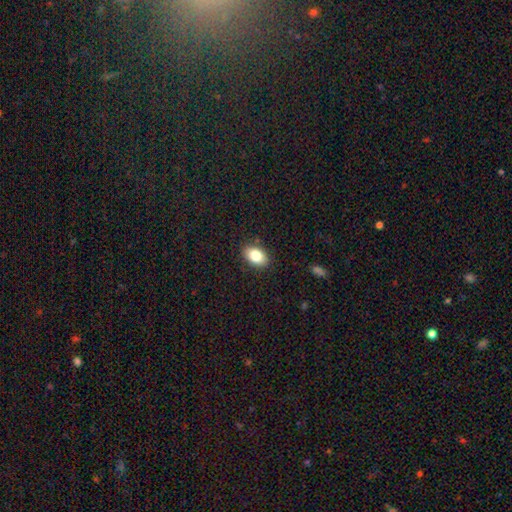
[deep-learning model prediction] Morphology: type=smooth (84%); roundness=in between (88%); merging=none (87%).